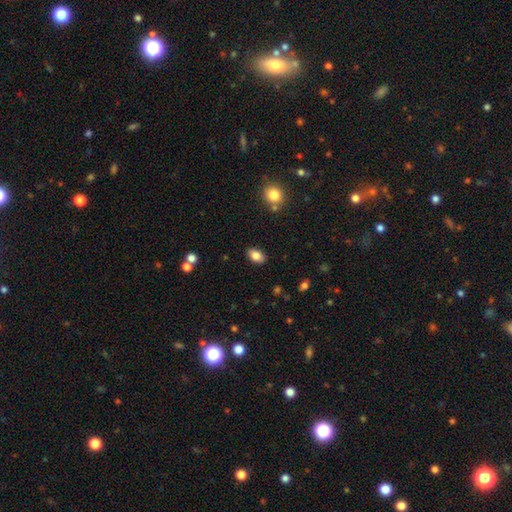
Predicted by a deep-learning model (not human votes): Overall: smooth (84%). How rounded: in between (89%). Merging: none (86%).